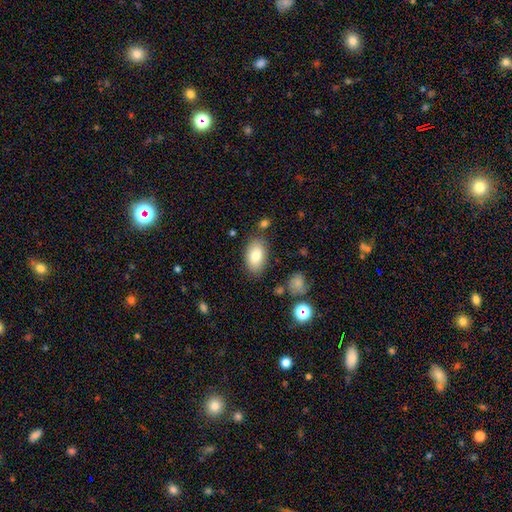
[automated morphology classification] smooth 81%, featured or disk 12%, star or artifact 7%. Down the decision tree: how rounded — in between (93%); merging — none (80%).